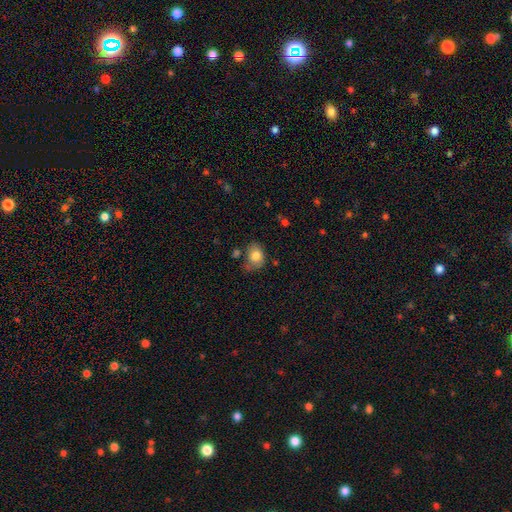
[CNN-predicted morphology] Smooth or featured: smooth — 79% (featured or disk — 12%)
How rounded: in between — 63% (round — 36%)
Merging: none — 52% (minor disturbance — 29%)